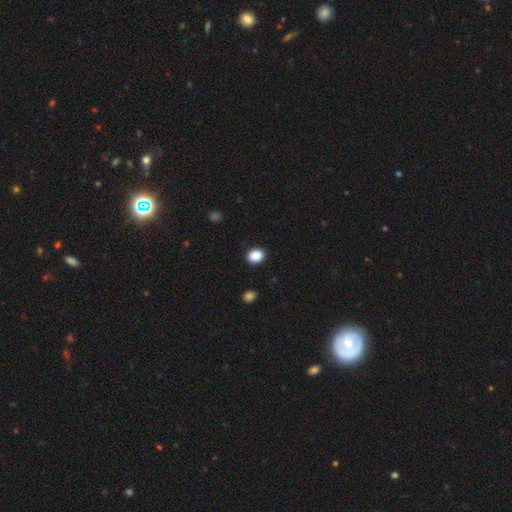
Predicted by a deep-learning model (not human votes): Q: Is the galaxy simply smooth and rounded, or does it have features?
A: smooth — 88%.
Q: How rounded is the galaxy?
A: round — 52%.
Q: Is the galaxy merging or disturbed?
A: none — 90%.